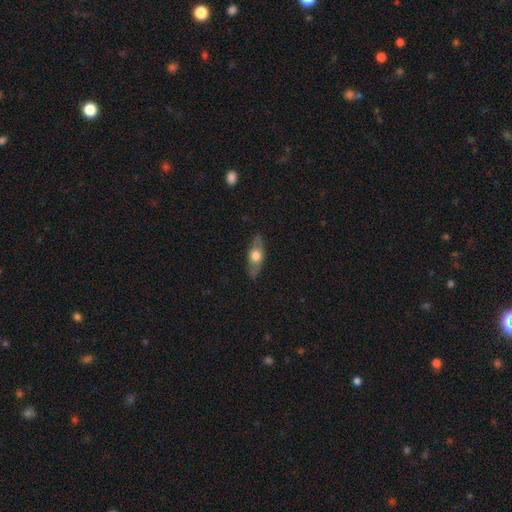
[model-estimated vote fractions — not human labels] smooth-or-featured: smooth: 49% | featured or disk: 46% | star or artifact: 6%
  merging: none: 85% | minor disturbance: 11% | major disturbance: 2% | merger: 1%